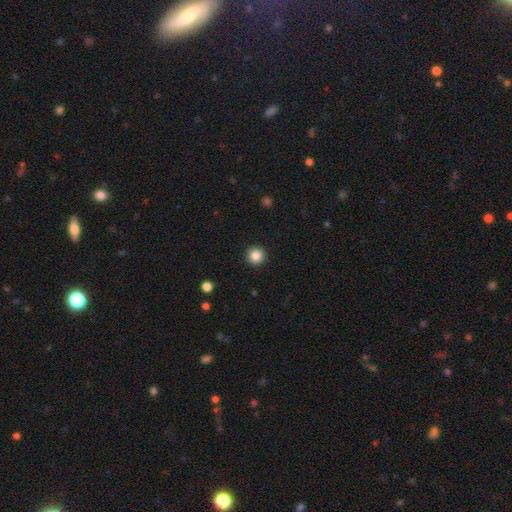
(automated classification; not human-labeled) smooth-or-featured: smooth: 86% | star or artifact: 10% | featured or disk: 4%
  how-rounded: round: 96% | in between: 3% | cigar-shaped: 1%
  merging: none: 93% | minor disturbance: 5% | major disturbance: 2% | merger: 1%